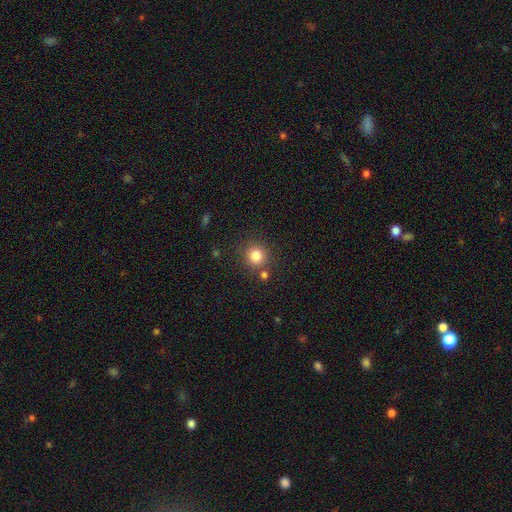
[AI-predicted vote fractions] Q: Smooth or featured?
A: smooth (82%); runner-up: star or artifact (12%)
Q: How rounded?
A: round (92%); runner-up: in between (7%)
Q: Merging?
A: none (80%); runner-up: merger (8%)